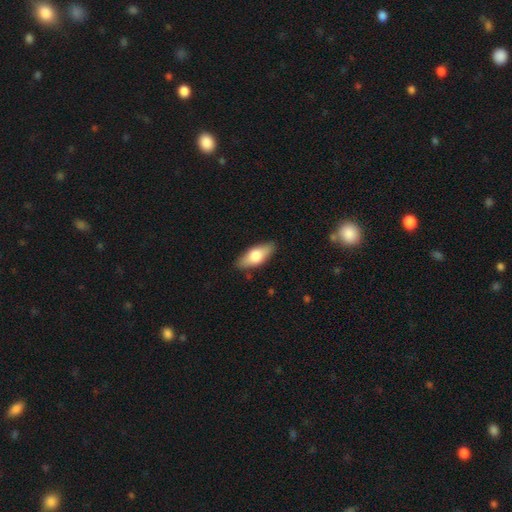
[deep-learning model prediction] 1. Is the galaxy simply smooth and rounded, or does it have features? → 68% smooth, 27% featured or disk, 6% star or artifact.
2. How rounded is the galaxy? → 77% in between, 20% cigar-shaped, 3% round.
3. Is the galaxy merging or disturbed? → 86% none, 11% minor disturbance, 2% major disturbance, 1% merger.